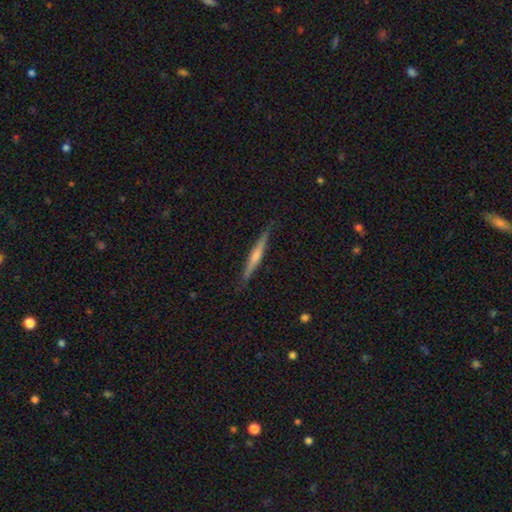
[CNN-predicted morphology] Smooth or featured? featured or disk (69%)
Edge-on disk? yes (97%)
Edge-on bulge? rounded (70%)
Merging? none (89%)